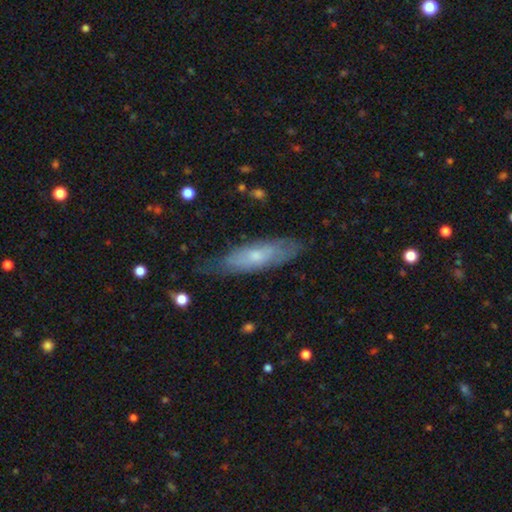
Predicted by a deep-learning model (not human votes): Morphology: type=featured or disk (47%); merging=none (66%).